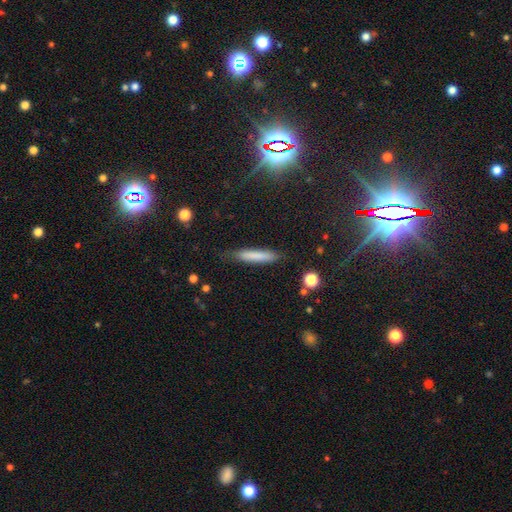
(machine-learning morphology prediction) smooth-or-featured: smooth: 77% | featured or disk: 16% | star or artifact: 7%
  how-rounded: cigar-shaped: 91% | in between: 8% | round: 1%
  merging: none: 79% | minor disturbance: 16% | major disturbance: 3% | merger: 2%